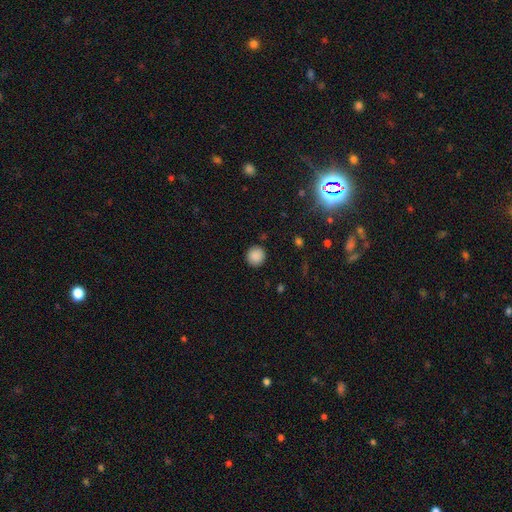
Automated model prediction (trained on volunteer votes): The model was most divided on "smooth or featured": smooth: 88%, star or artifact: 9%, featured or disk: 3%. More confident: how rounded — round (92%); merging — none (90%).